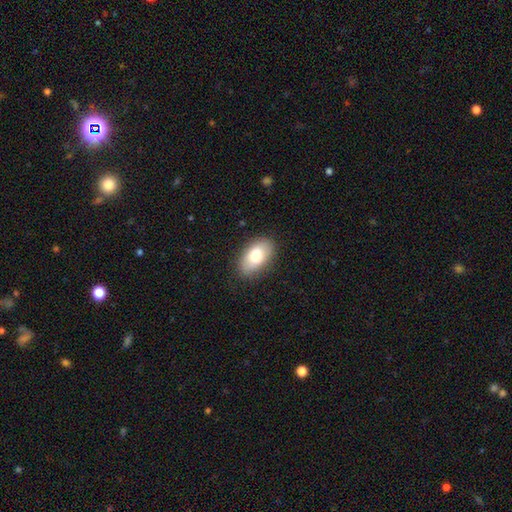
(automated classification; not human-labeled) This is likely a smooth galaxy (79%). How rounded: clearly in between (94%). Merging: clearly none (83%).